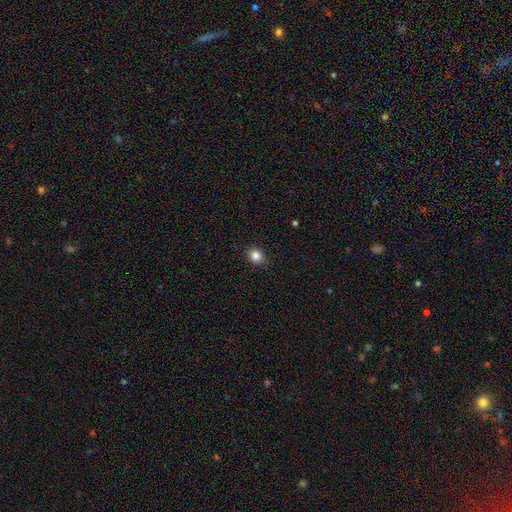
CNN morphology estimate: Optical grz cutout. It shows a smooth galaxy with no disk features (84%) that is round (70%). Merging: none (90%).